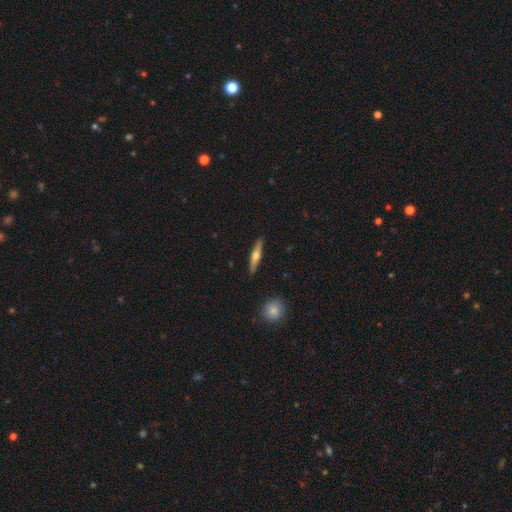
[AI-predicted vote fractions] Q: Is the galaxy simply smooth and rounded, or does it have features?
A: featured or disk — 55%.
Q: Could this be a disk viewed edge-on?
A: yes — 95%.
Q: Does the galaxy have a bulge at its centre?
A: rounded — 92%.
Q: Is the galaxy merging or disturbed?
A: none — 90%.